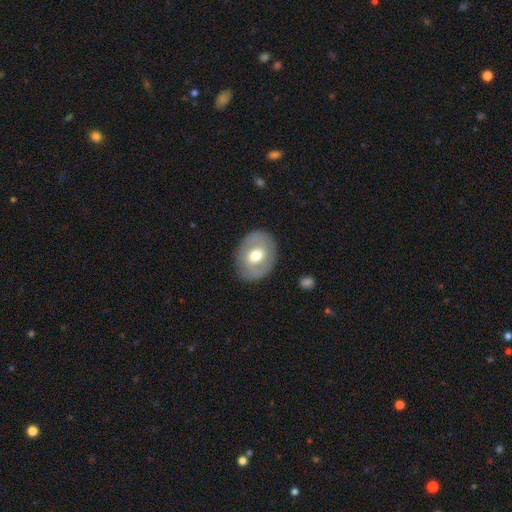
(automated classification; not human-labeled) smooth-or-featured: smooth: 54% | featured or disk: 39% | star or artifact: 6%
  how-rounded: in between: 59% | round: 41% | cigar-shaped: 1%
  merging: none: 84% | minor disturbance: 11% | major disturbance: 4% | merger: 1%